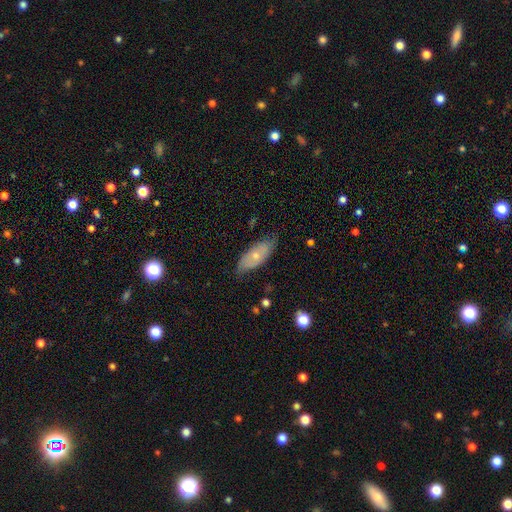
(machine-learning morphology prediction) A smooth galaxy with no disk features (55%) that is in between round and cigar-shaped (79%). Merging: none (73%).